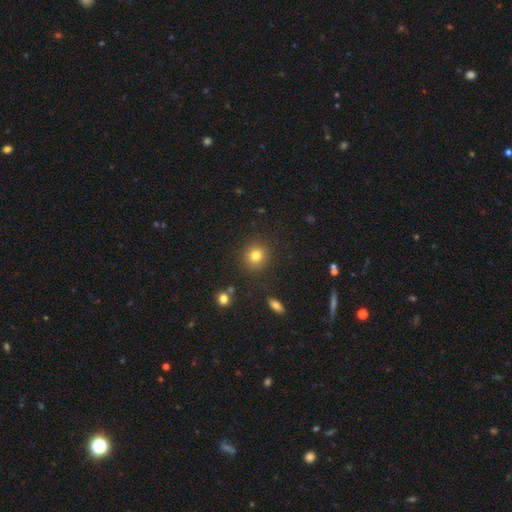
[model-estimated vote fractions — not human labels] Q: Smooth or featured?
A: smooth (80%); runner-up: star or artifact (13%)
Q: How rounded?
A: round (86%); runner-up: in between (13%)
Q: Merging?
A: none (88%); runner-up: minor disturbance (7%)